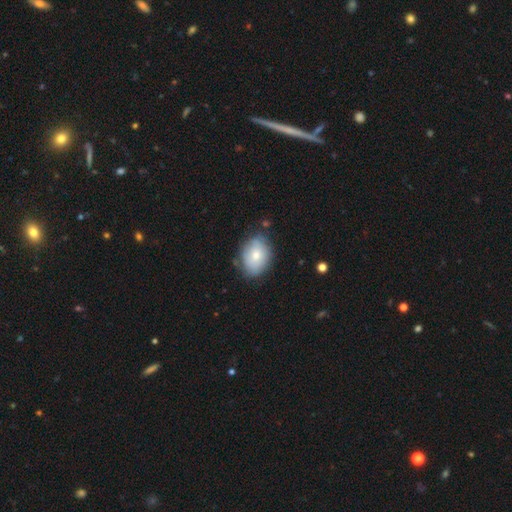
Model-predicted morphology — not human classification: Smooth or featured: smooth — 74% (featured or disk — 19%)
How rounded: in between — 65% (round — 34%)
Merging: none — 73% (minor disturbance — 20%)